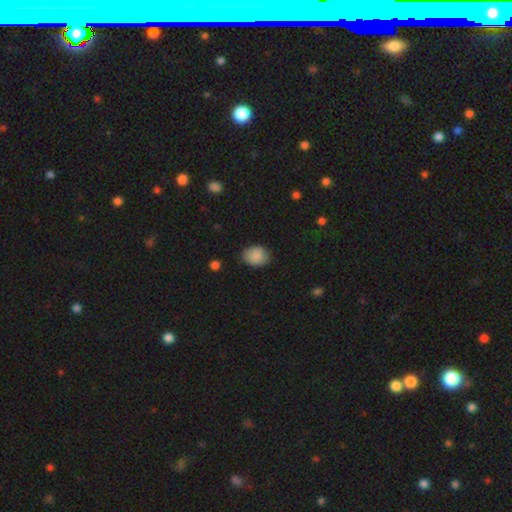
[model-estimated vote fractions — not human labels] This is clearly a smooth galaxy (88%). How rounded: possibly in between (55%). Merging: likely none (78%).